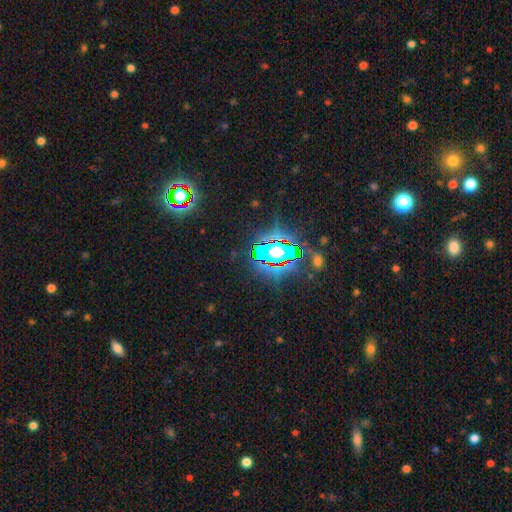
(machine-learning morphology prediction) smooth-or-featured: star or artifact: 78% | smooth: 12% | featured or disk: 11%